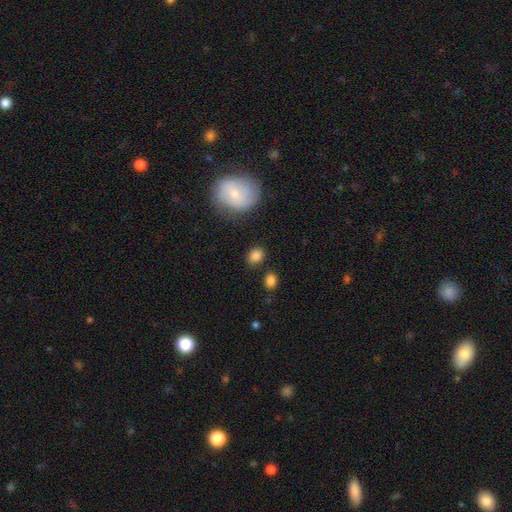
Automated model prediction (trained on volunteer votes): A smooth galaxy with no disk features (85%) that is in between round and cigar-shaped (51%).

Vote fractions:
- Smooth or featured? smooth: 85% / star or artifact: 9% / featured or disk: 6%
- How rounded? in between: 51% / round: 47% / cigar-shaped: 1%
- Merging? none: 80% / minor disturbance: 11% / merger: 5% / major disturbance: 4%